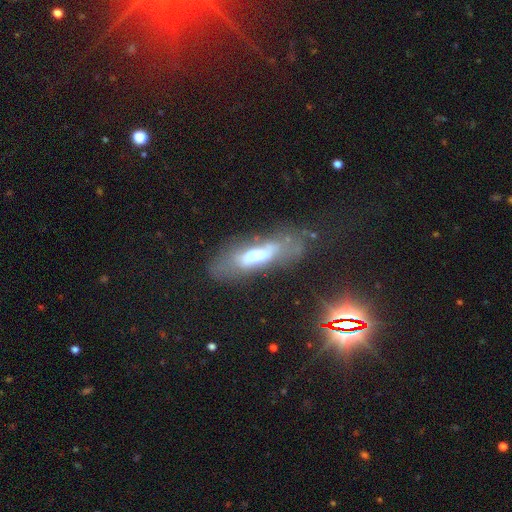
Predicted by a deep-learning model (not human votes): A featured or disk galaxy (50%). Merging: none (42%).